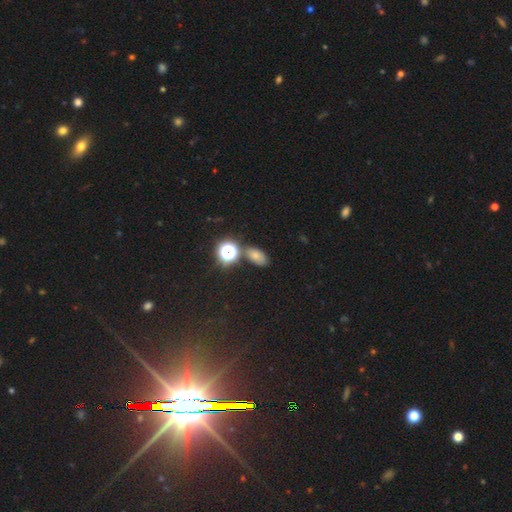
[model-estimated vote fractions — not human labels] Smooth or featured: smooth — 64% (star or artifact — 26%)
How rounded: in between — 83% (round — 15%)
Merging: none — 73% (minor disturbance — 14%)